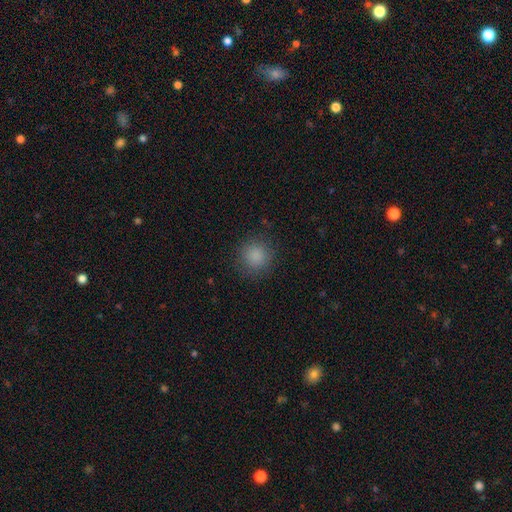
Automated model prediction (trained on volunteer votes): Morphology: type=smooth (86%); roundness=round (93%); merging=none (88%).